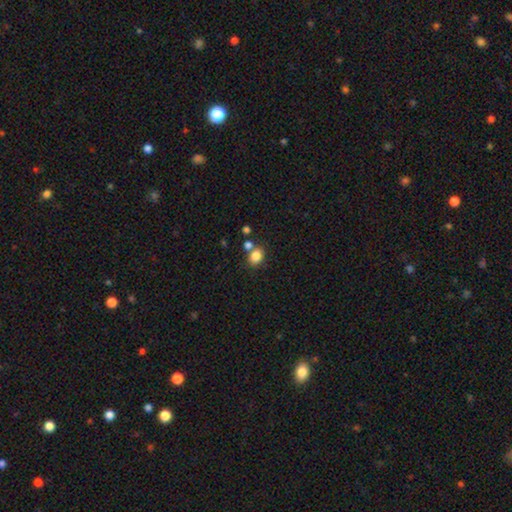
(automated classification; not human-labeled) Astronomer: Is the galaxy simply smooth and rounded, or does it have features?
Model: smooth — 83%.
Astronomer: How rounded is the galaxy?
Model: in between — 52% (runner-up: round, 47%).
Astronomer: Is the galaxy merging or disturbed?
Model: none — 64%.